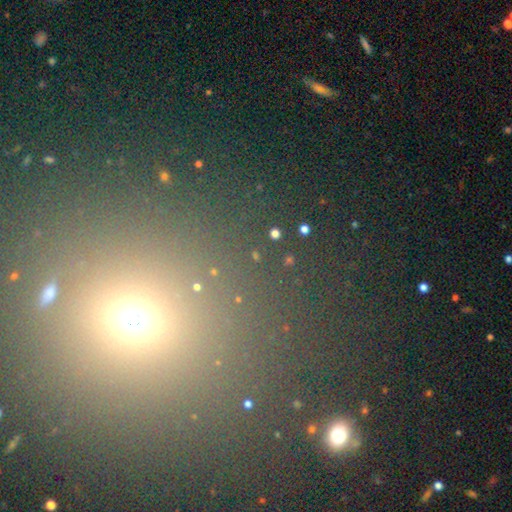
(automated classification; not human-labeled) Morphology: type=star or artifact (57%).